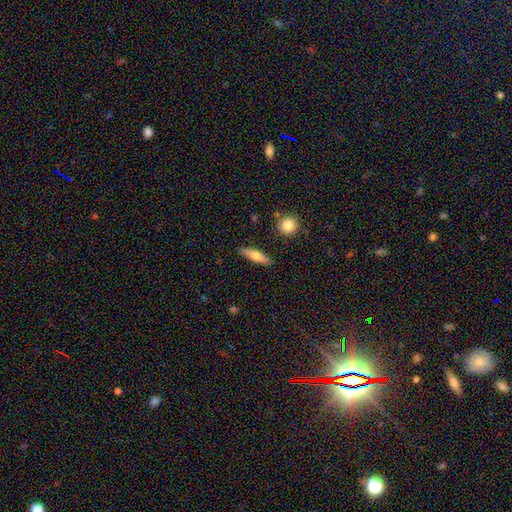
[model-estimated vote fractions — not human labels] A smooth galaxy with no disk features (65%) that is cigar-shaped (64%). Merging: none (86%).